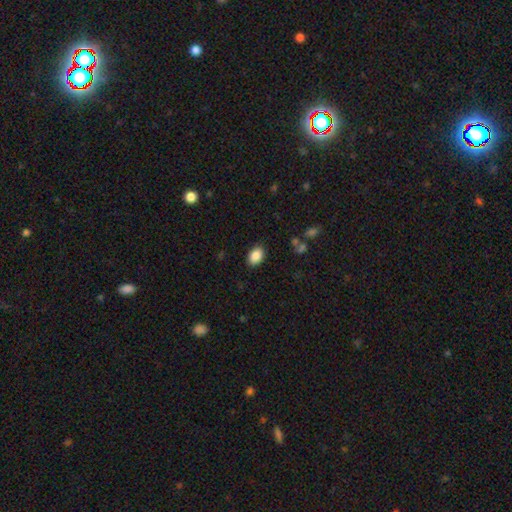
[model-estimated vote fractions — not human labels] This appears to be a smooth galaxy with no disk features (88%) that is in between round and cigar-shaped (85%). Merging: none (87%).